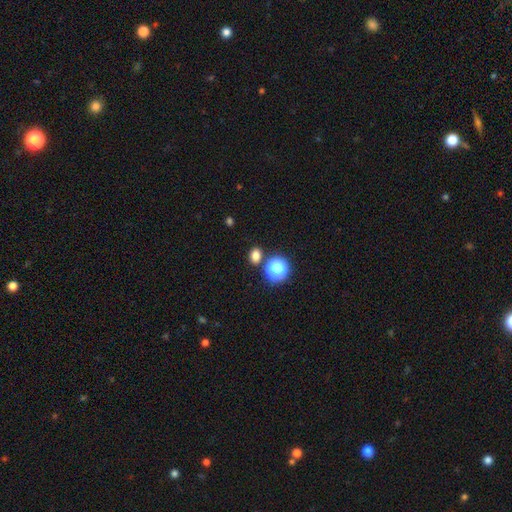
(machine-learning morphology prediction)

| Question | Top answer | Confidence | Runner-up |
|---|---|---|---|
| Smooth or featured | smooth | 76% | star or artifact (19%) |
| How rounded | in between | 52% | round (47%) |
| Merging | none | 80% | minor disturbance (9%) |